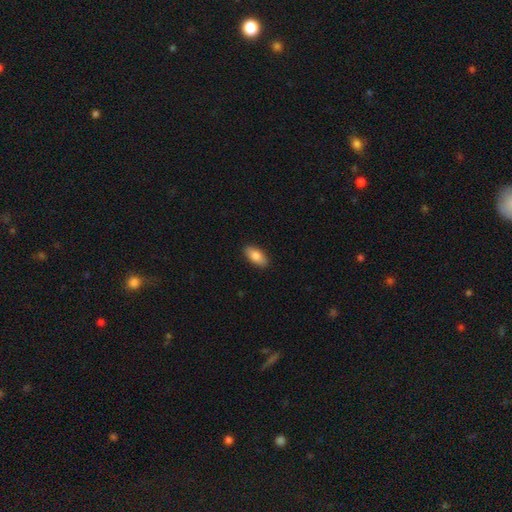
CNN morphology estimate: Q: Smooth or featured?
A: smooth (84%); runner-up: featured or disk (10%)
Q: How rounded?
A: in between (89%); runner-up: cigar-shaped (8%)
Q: Merging?
A: none (90%); runner-up: minor disturbance (8%)